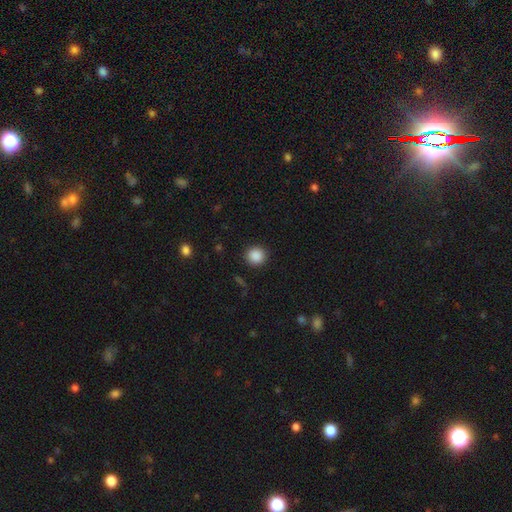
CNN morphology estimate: Smooth or featured: smooth — 88% (star or artifact — 9%)
How rounded: round — 92% (in between — 7%)
Merging: none — 91% (minor disturbance — 6%)